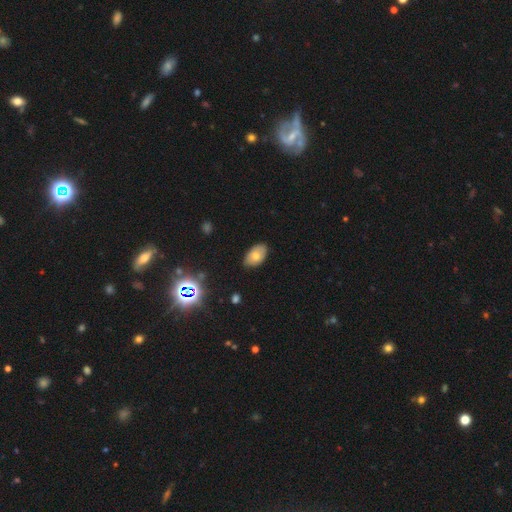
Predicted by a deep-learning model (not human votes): Morphology: type=smooth (69%); roundness=in between (91%); merging=none (78%).